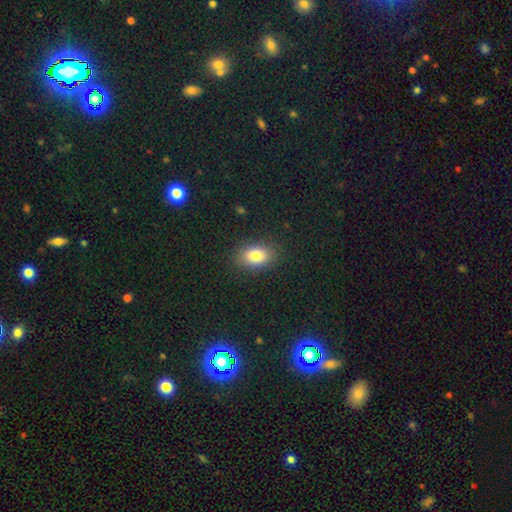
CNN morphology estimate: type=smooth (82%); roundness=in between (82%); merging=none (87%).